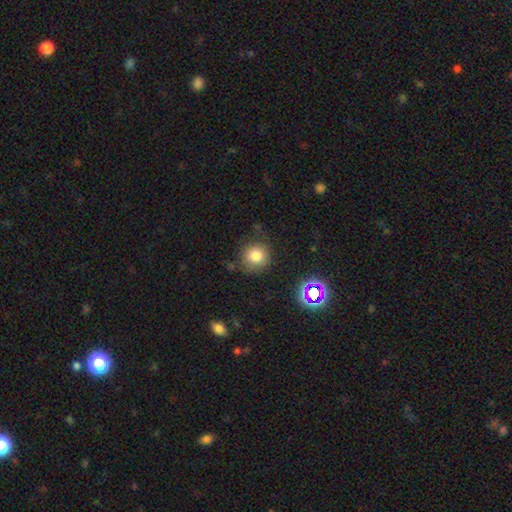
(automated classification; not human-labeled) smooth-or-featured: smooth: 79% | star or artifact: 14% | featured or disk: 8%
  how-rounded: round: 91% | in between: 8% | cigar-shaped: 1%
  merging: none: 79% | minor disturbance: 13% | major disturbance: 4% | merger: 3%